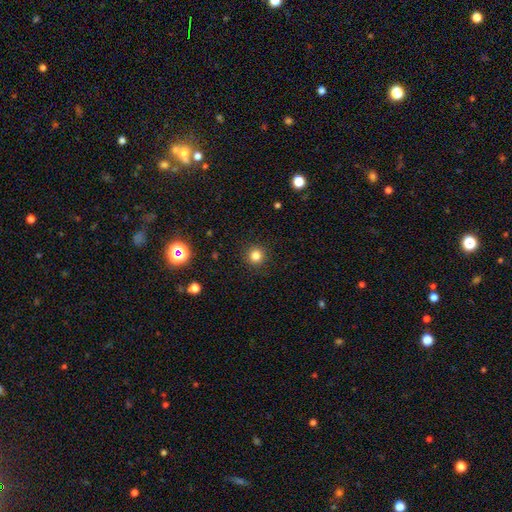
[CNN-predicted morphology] smooth_or_featured: smooth (p=0.82) [alt: star or artifact p=0.13]
how_rounded: round (p=0.95) [alt: in between p=0.04]
merging: none (p=0.92) [alt: minor disturbance p=0.05]